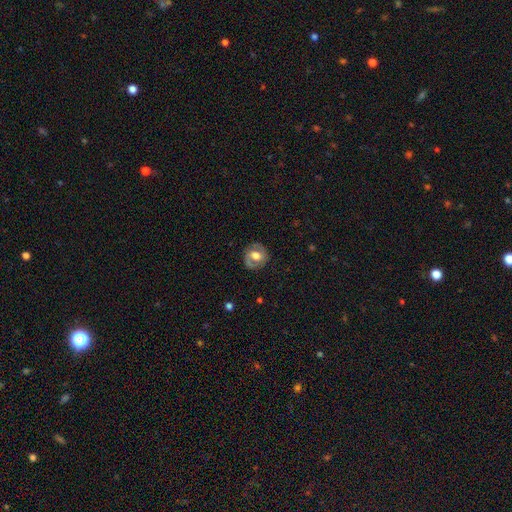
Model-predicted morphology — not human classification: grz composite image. It shows a featured or disk galaxy (51%). Merging: none (80%).